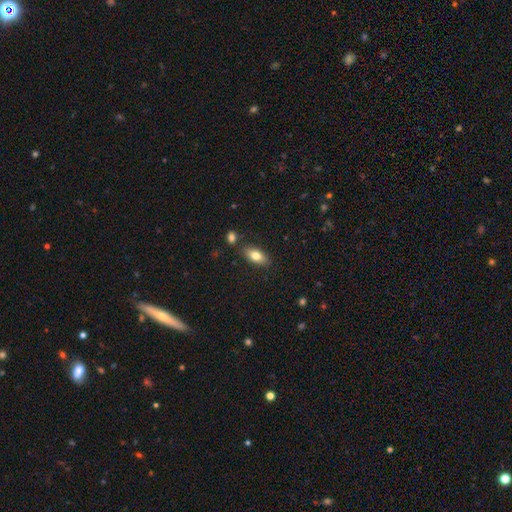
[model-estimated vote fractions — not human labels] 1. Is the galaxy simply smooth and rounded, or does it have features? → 77% smooth, 16% featured or disk, 7% star or artifact.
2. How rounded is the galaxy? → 87% in between, 9% cigar-shaped, 4% round.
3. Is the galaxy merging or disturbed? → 81% none, 11% minor disturbance, 5% merger, 2% major disturbance.